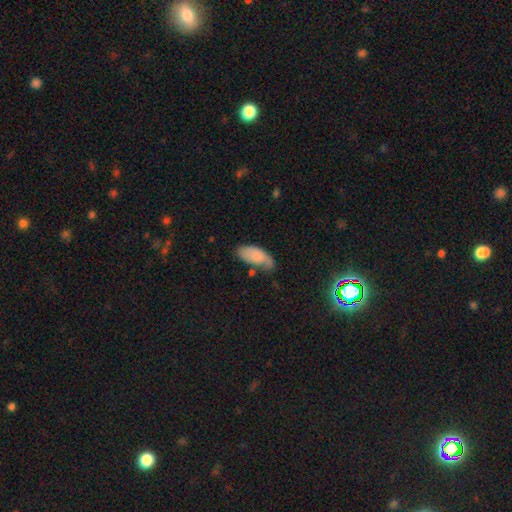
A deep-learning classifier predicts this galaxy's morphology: This appears to be a smooth galaxy with no disk features (77%) that is in between round and cigar-shaped (91%). Merging: none (42%).